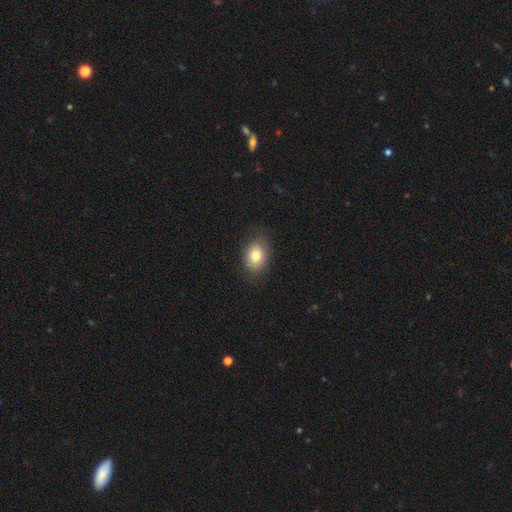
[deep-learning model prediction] smooth-or-featured: smooth: 79% | featured or disk: 12% | star or artifact: 9%
  how-rounded: in between: 69% | round: 30% | cigar-shaped: 1%
  merging: none: 79% | minor disturbance: 15% | major disturbance: 4% | merger: 1%